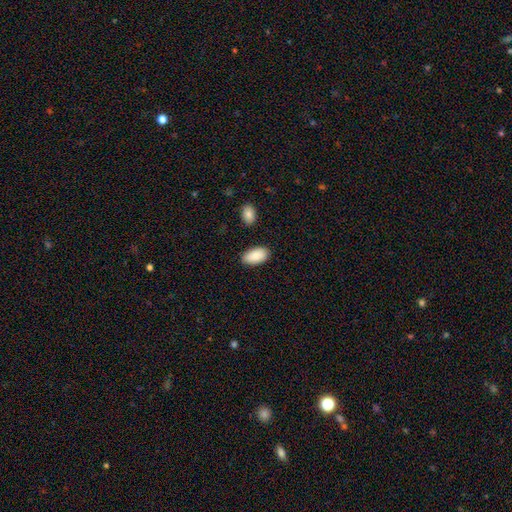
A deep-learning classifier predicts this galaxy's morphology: Smooth or featured?
  - smooth: 90% *
  - star or artifact: 6%
  - featured or disk: 4%
How rounded?
  - in between: 95% *
  - cigar-shaped: 2%
  - round: 2%
Merging?
  - none: 85% *
  - minor disturbance: 10%
  - major disturbance: 2%
  - merger: 2%